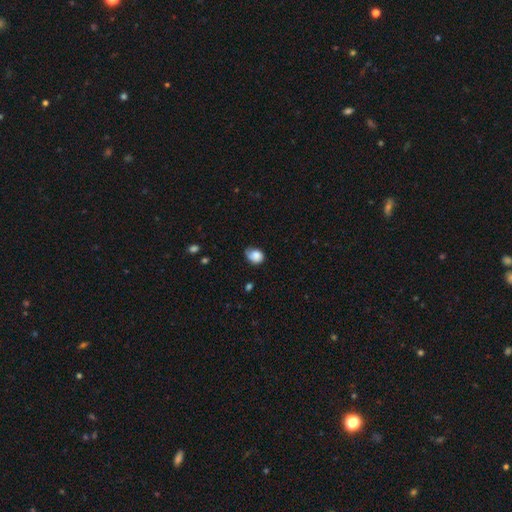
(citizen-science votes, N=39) Smooth or featured? 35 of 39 (90%) said smooth. How rounded? 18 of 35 (51%) said in between. Merging? 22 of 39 (56%) said minor disturbance.